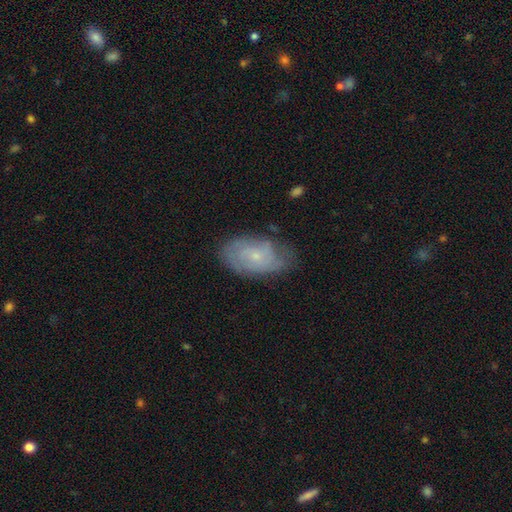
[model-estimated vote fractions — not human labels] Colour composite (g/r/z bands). It shows a featured or disk galaxy (59%) with no bar (76%), spiral arms (81%) and a small central bulge (75%). Merging: none (65%).